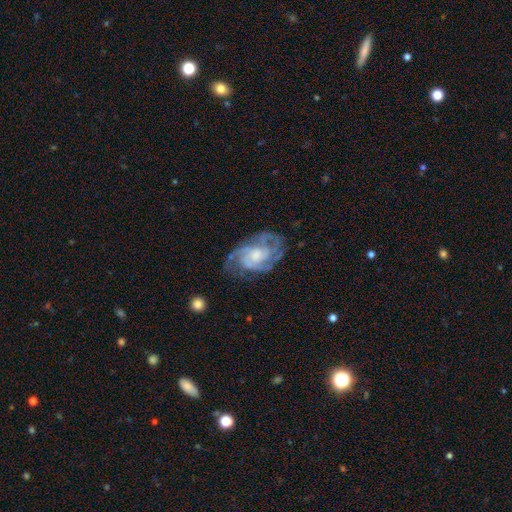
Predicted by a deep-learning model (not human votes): Morphology: type=featured or disk (86%); edge-on=no (97%); bar=no (67%); spiral arms=yes (96%); winding=tight (53%); arm count=3 (30%); bulge=moderate (47%); merging=none (65%).